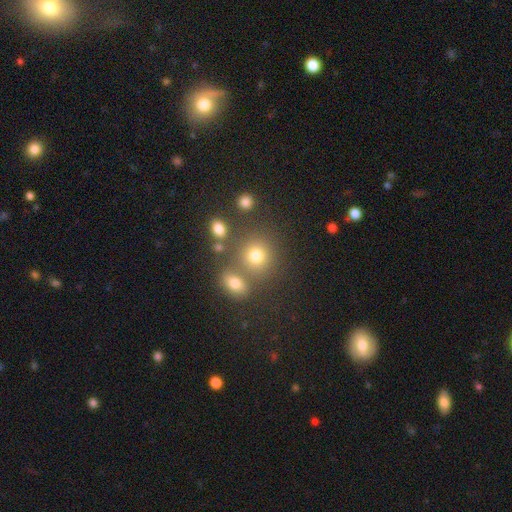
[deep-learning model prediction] This appears to be a smooth galaxy with no disk features (76%) that is round (81%). Merging: none (66%).